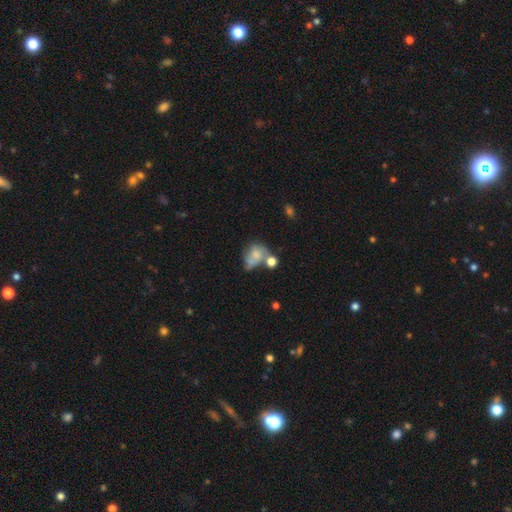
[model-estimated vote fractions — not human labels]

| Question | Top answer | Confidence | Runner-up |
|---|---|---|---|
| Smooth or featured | smooth | 60% | featured or disk (30%) |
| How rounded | in between | 55% | round (43%) |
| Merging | merger | 34% | none (24%) |